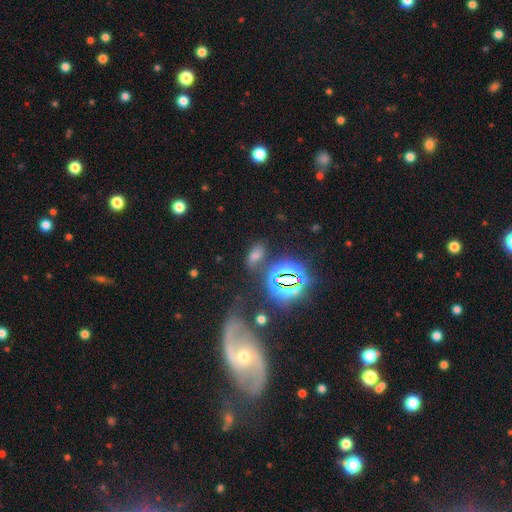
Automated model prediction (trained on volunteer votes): Smooth or featured? Predicted: smooth (p=0.49). Merging? Predicted: none (p=0.69).